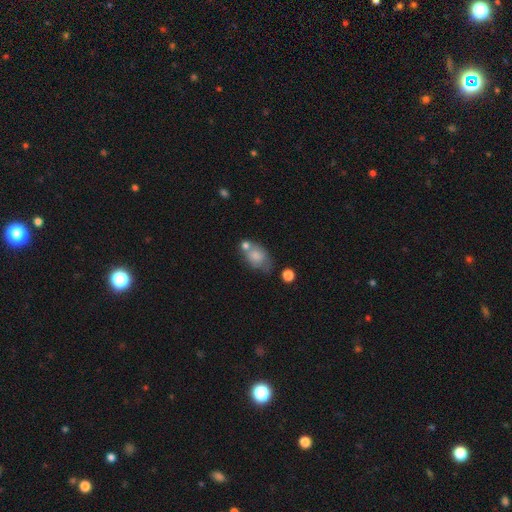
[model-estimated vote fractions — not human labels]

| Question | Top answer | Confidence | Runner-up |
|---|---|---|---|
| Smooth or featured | smooth | 73% | featured or disk (18%) |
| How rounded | in between | 82% | round (15%) |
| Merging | none | 41% | merger (26%) |